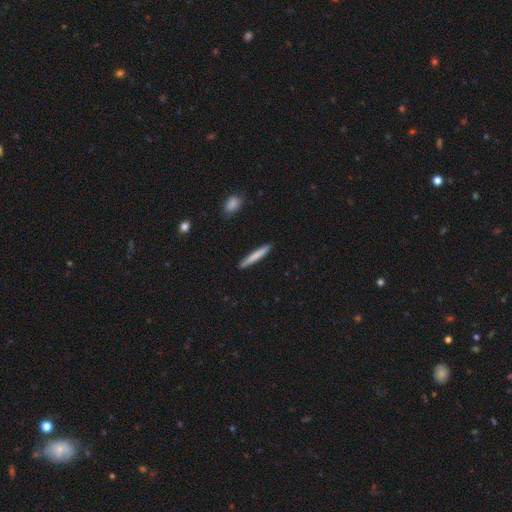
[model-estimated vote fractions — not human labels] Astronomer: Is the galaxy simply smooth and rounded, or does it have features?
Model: smooth — 76%.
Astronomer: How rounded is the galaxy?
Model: cigar-shaped — 95%.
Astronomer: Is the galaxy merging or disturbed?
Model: none — 90%.